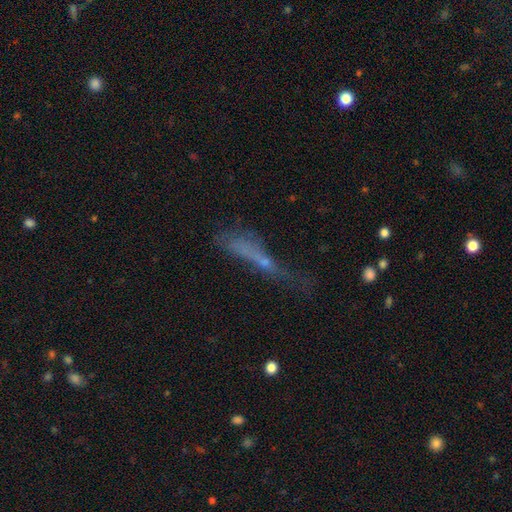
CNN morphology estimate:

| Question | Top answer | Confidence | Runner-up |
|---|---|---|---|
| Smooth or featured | smooth | 47% | featured or disk (34%) |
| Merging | none | 34% | major disturbance (32%) |